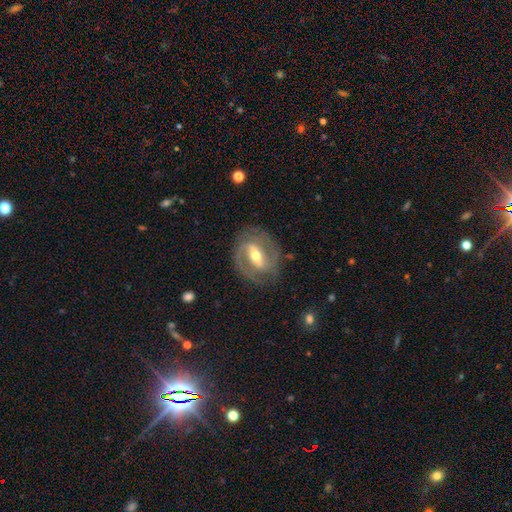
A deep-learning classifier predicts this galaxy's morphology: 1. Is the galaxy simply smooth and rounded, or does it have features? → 84% featured or disk, 11% smooth, 5% star or artifact.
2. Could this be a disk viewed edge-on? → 95% no, 5% yes.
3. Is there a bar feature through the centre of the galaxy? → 54% strong, 34% weak, 13% no.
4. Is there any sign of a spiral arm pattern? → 89% yes, 11% no.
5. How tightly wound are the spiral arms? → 45% medium, 42% tight, 13% loose.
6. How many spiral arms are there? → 80% 2, 9% can't tell, 4% 1, 4% 3, 1% 4, 1% more than 4.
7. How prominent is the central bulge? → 64% moderate, 29% small, 5% large, 1% none, 1% dominant.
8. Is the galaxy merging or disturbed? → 78% none, 14% minor disturbance, 7% major disturbance, 1% merger.